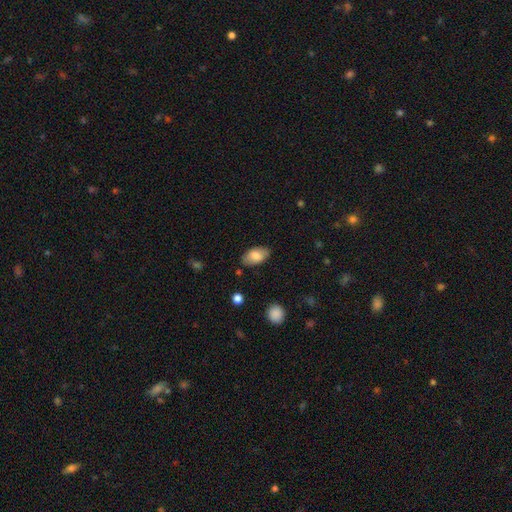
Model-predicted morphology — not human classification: A smooth galaxy with no disk features (80%) that is in between round and cigar-shaped (93%). Merging: none (82%).